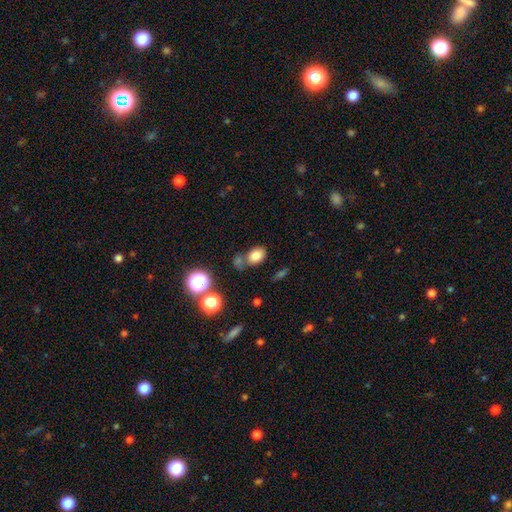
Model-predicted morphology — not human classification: Smooth or featured? smooth (80%)
How rounded? in between (78%)
Merging? none (61%)